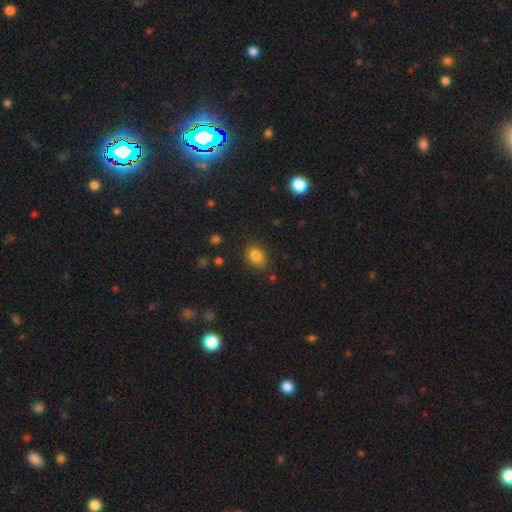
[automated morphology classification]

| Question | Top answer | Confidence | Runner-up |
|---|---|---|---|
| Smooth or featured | smooth | 83% | star or artifact (11%) |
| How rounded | in between | 63% | round (36%) |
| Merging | none | 81% | minor disturbance (14%) |